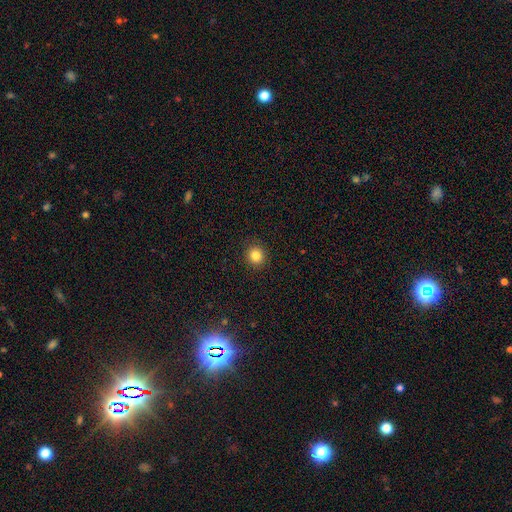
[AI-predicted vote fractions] Morphology: type=smooth (84%); roundness=round (90%); merging=none (92%).